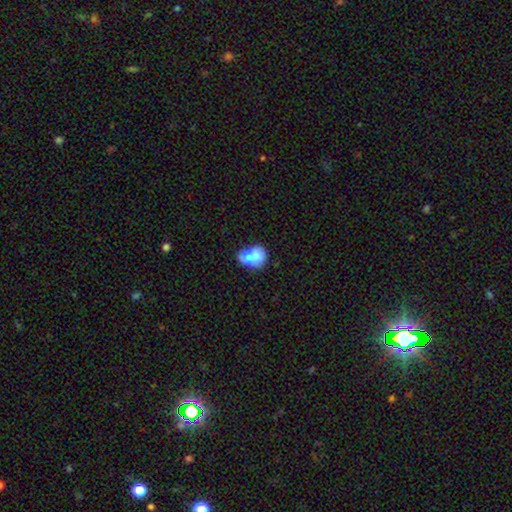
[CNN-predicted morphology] smooth 66%, featured or disk 26%, star or artifact 8%. Down the decision tree: how rounded — in between (60%); merging — merger (65%).